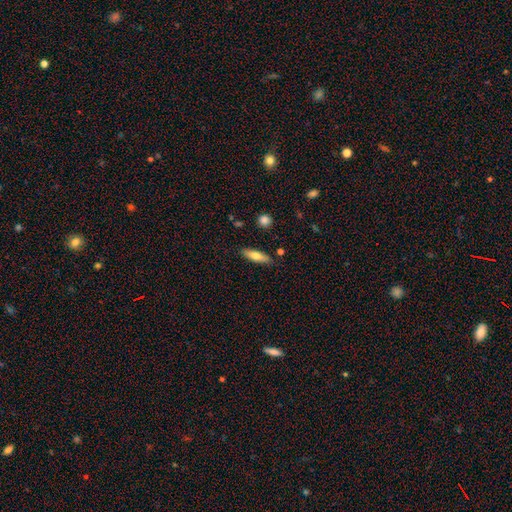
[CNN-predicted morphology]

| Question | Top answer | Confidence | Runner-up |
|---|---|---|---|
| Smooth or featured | smooth | 68% | featured or disk (26%) |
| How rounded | cigar-shaped | 58% | in between (40%) |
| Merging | none | 85% | minor disturbance (10%) |